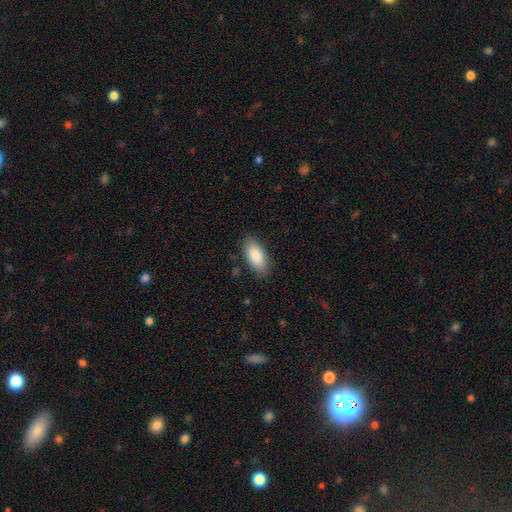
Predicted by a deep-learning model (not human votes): Smooth or featured? Predicted: smooth (p=0.87). How rounded? Predicted: in between (p=0.91). Merging? Predicted: none (p=0.85).